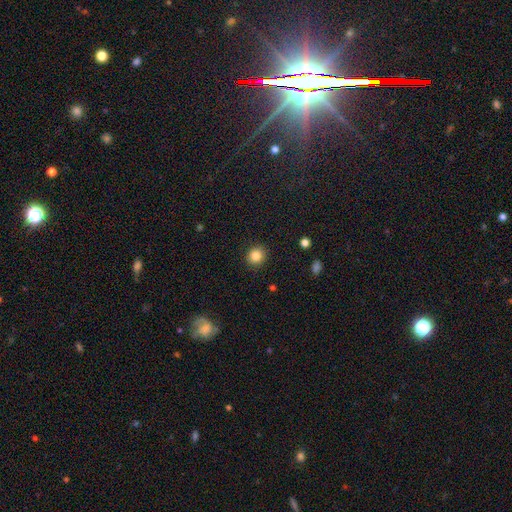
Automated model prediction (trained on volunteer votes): A smooth galaxy with no disk features (85%) that is round (86%).

Vote fractions:
- Smooth or featured? smooth: 85% / star or artifact: 10% / featured or disk: 5%
- How rounded? round: 86% / in between: 13% / cigar-shaped: 1%
- Merging? none: 91% / minor disturbance: 6% / major disturbance: 2% / merger: 1%